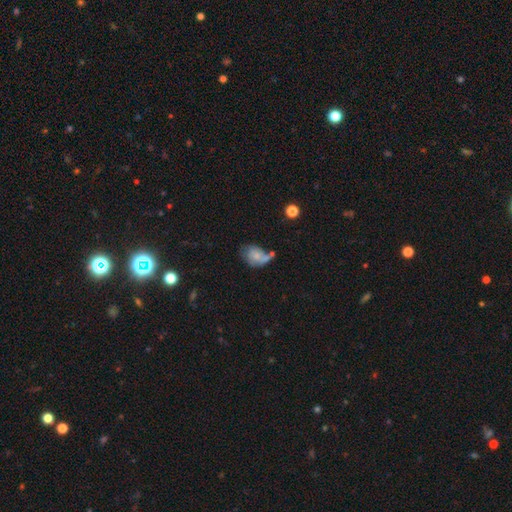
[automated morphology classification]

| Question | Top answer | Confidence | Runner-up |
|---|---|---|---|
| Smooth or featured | smooth | 59% | featured or disk (32%) |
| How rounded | in between | 67% | round (32%) |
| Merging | none | 29% | minor disturbance (26%) |